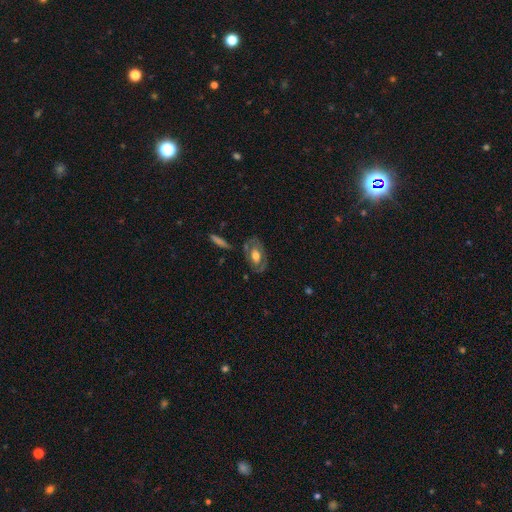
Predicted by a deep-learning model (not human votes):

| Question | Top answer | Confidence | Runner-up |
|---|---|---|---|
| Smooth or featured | featured or disk | 59% | smooth (35%) |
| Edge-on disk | no | 89% | yes (11%) |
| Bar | no | 68% | weak (23%) |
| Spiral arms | no | 58% | yes (42%) |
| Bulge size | moderate | 59% | large (29%) |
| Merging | none | 70% | minor disturbance (17%) |